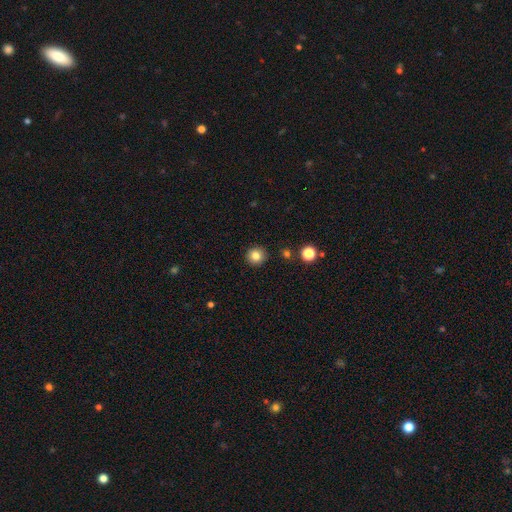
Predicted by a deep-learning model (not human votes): The model was most divided on "smooth or featured": smooth: 83%, star or artifact: 11%, featured or disk: 6%. More confident: how rounded — round (92%); merging — none (90%).